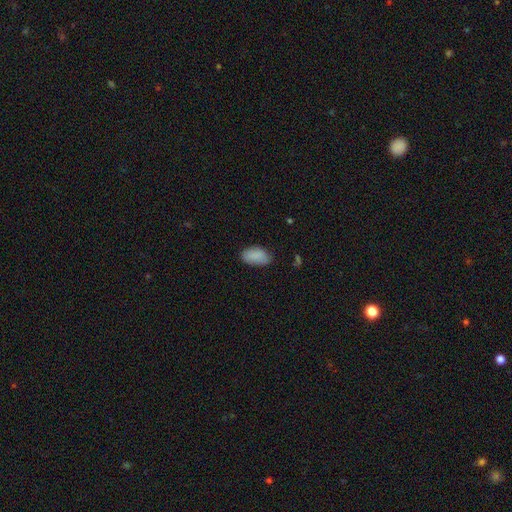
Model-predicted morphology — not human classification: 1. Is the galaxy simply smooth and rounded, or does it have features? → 88% smooth, 7% star or artifact, 5% featured or disk.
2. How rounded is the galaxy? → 94% in between, 4% round, 2% cigar-shaped.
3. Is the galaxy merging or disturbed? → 77% none, 18% minor disturbance, 4% major disturbance, 1% merger.